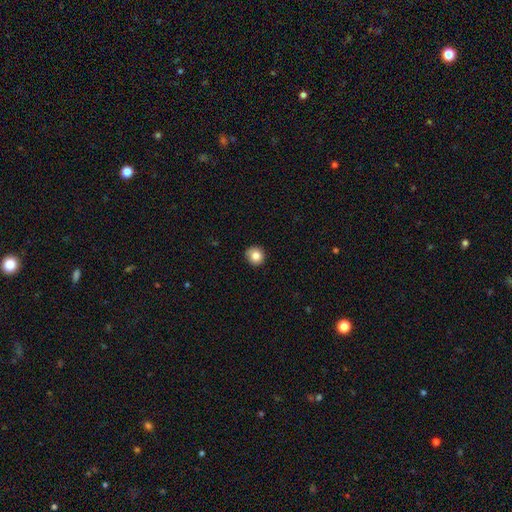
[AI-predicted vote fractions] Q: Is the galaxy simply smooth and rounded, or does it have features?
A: smooth — 84%.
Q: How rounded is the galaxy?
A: round — 92%.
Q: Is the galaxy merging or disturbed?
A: none — 86%.